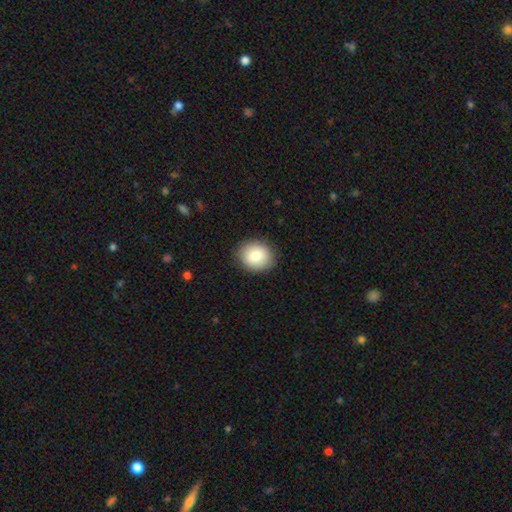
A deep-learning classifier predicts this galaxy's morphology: smooth-or-featured: smooth: 84% | featured or disk: 9% | star or artifact: 8%
  how-rounded: round: 68% | in between: 31% | cigar-shaped: 1%
  merging: none: 89% | minor disturbance: 8% | major disturbance: 2% | merger: 1%